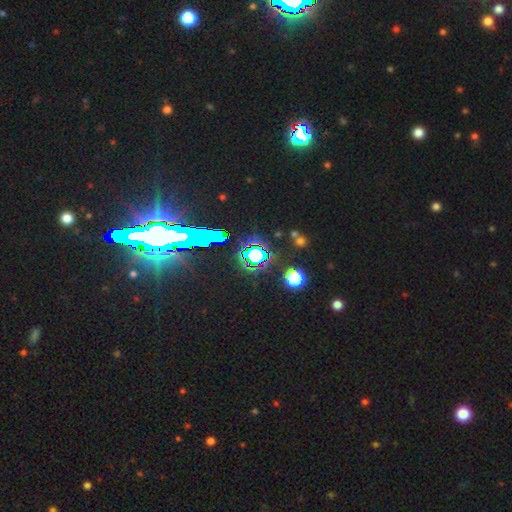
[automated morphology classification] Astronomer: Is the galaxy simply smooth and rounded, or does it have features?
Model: star or artifact — 68%.